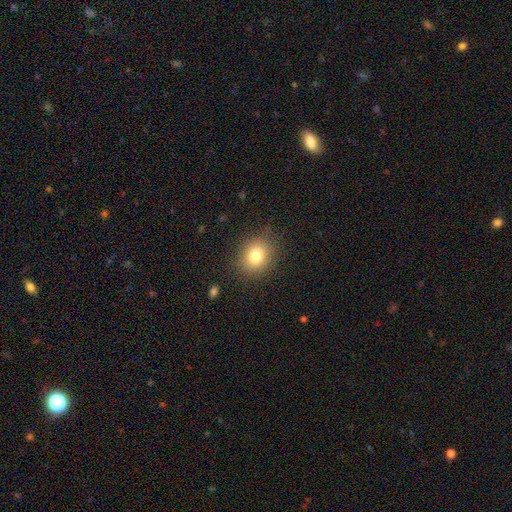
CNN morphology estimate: A smooth galaxy with no disk features (79%) that is round (67%). Merging: none (85%).